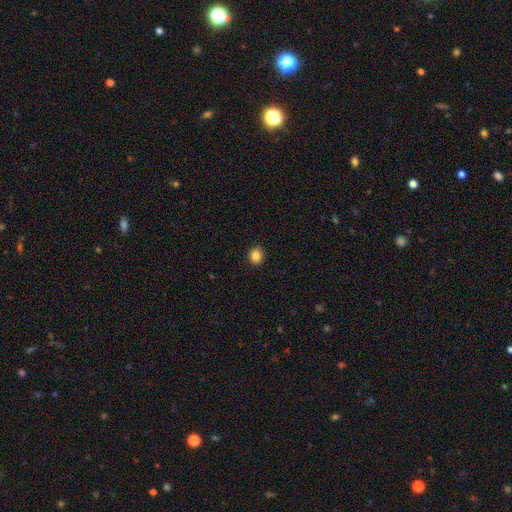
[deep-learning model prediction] A smooth galaxy with no disk features (85%) that is round (80%).

Vote fractions:
- Smooth or featured? smooth: 85% / star or artifact: 10% / featured or disk: 4%
- How rounded? round: 80% / in between: 19% / cigar-shaped: 1%
- Merging? none: 91% / minor disturbance: 6% / major disturbance: 2% / merger: 1%